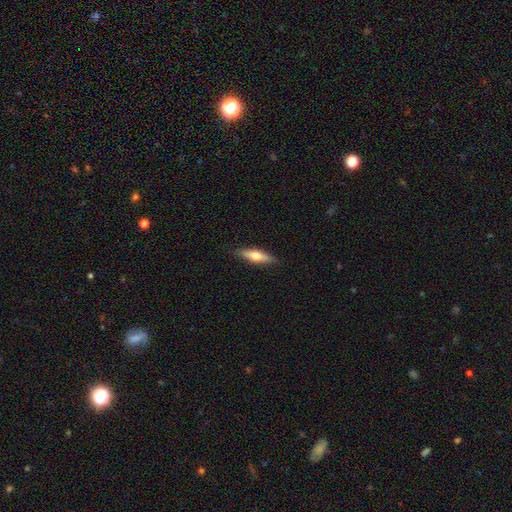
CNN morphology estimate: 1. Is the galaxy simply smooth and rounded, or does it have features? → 59% smooth, 35% featured or disk, 6% star or artifact.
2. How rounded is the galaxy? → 64% cigar-shaped, 34% in between, 2% round.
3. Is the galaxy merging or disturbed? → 86% none, 10% minor disturbance, 2% major disturbance, 1% merger.